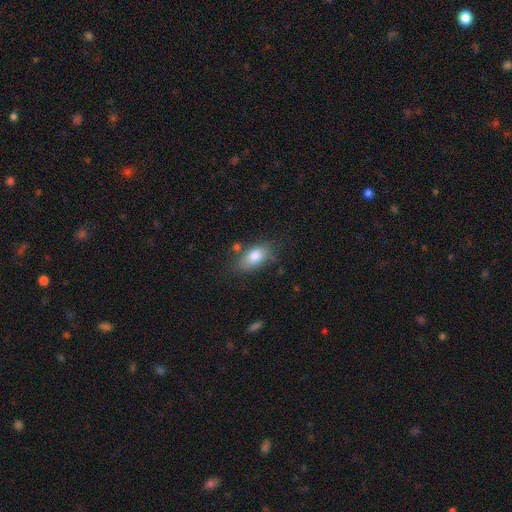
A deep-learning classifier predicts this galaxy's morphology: Smooth or featured? Predicted: smooth (p=0.81). How rounded? Predicted: in between (p=0.88). Merging? Predicted: none (p=0.69).